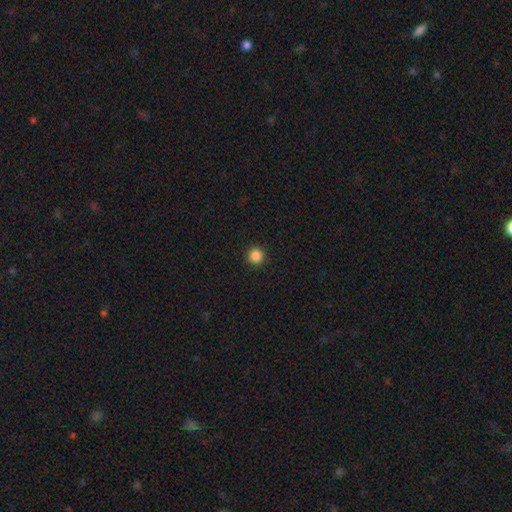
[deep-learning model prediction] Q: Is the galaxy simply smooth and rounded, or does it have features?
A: smooth — 86%.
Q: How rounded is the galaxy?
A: round — 96%.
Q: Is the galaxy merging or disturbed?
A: none — 93%.